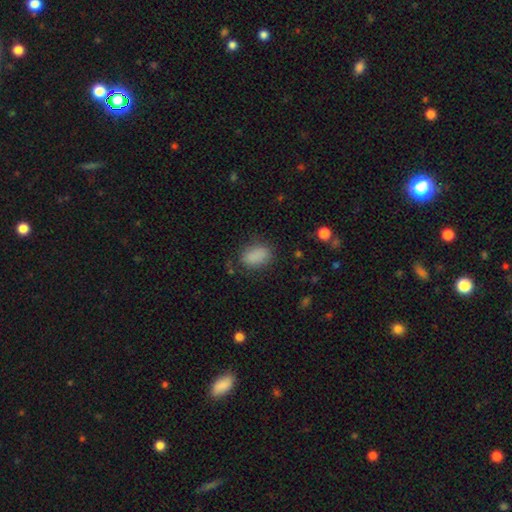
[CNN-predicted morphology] This appears to be a smooth galaxy with no disk features (87%) that is in between round and cigar-shaped (88%). Merging: none (78%).